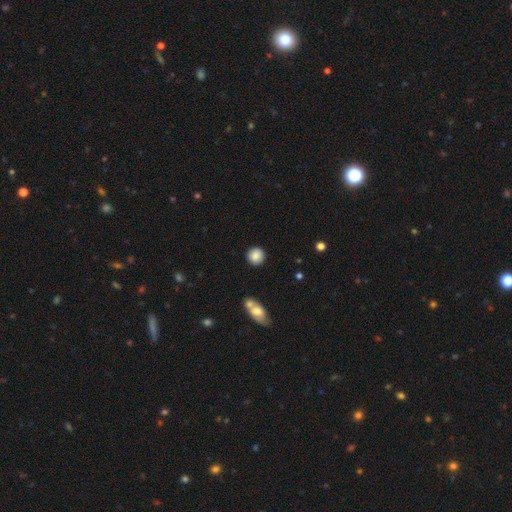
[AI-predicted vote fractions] Q: Smooth or featured?
A: smooth (85%); runner-up: star or artifact (8%)
Q: How rounded?
A: round (92%); runner-up: in between (7%)
Q: Merging?
A: none (88%); runner-up: minor disturbance (7%)